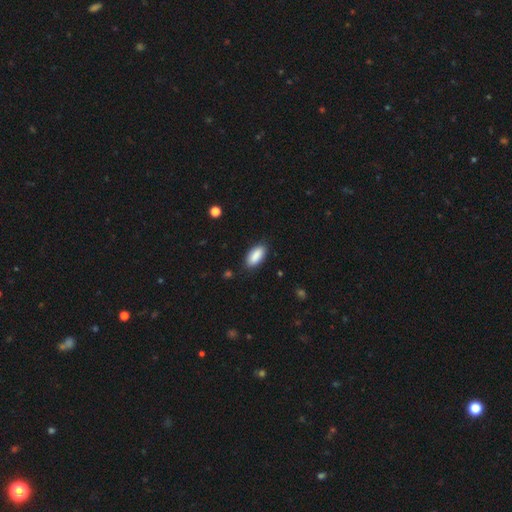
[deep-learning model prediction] This appears to be a smooth galaxy with no disk features (89%) that is in between round and cigar-shaped (88%). Merging: none (86%).